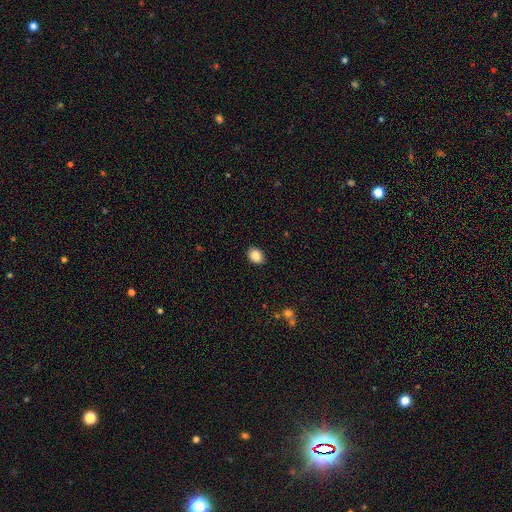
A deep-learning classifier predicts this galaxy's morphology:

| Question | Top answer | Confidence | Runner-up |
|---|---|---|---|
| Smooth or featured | smooth | 88% | star or artifact (8%) |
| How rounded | in between | 58% | round (41%) |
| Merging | none | 90% | minor disturbance (7%) |